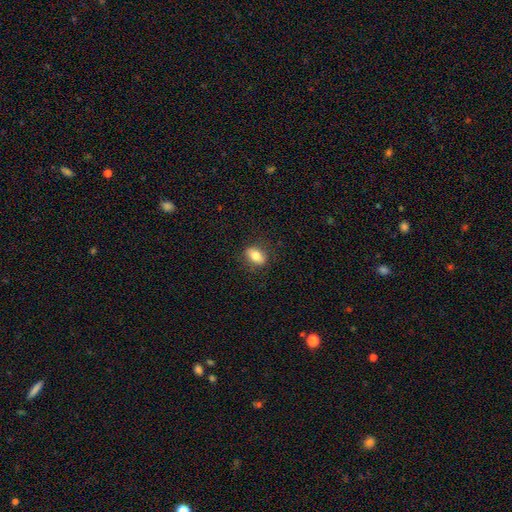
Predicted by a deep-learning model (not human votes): Morphology: type=smooth (74%); roundness=in between (83%); merging=none (84%).